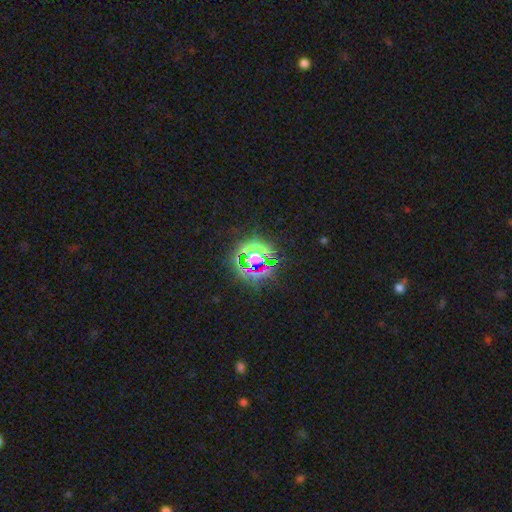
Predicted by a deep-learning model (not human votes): Smooth or featured: star or artifact — 73% (smooth — 18%)